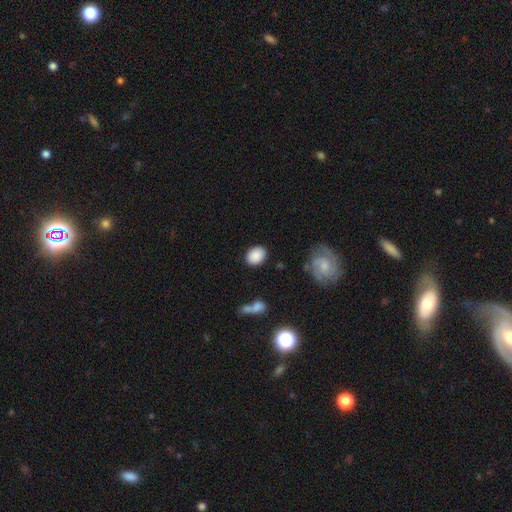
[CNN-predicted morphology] type=smooth (88%); roundness=in between (65%); merging=none (84%).